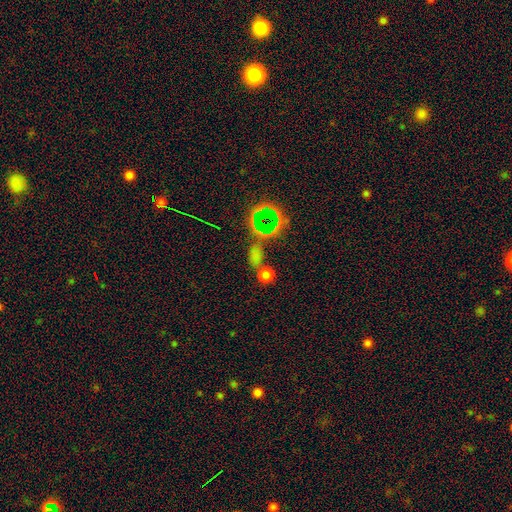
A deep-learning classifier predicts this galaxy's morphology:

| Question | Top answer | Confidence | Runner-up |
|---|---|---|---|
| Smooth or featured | smooth | 62% | star or artifact (25%) |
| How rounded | round | 65% | in between (28%) |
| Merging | none | 57% | merger (24%) |